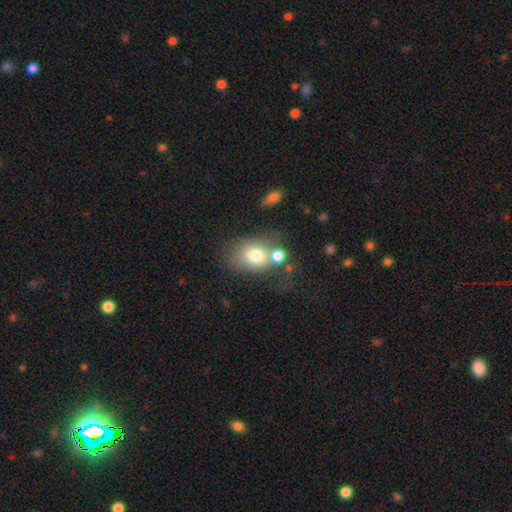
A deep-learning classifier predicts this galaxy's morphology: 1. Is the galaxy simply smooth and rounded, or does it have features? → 74% smooth, 16% featured or disk, 10% star or artifact.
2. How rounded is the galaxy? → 61% in between, 38% round, 1% cigar-shaped.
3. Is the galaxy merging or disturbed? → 39% none, 34% merger, 16% minor disturbance, 11% major disturbance.